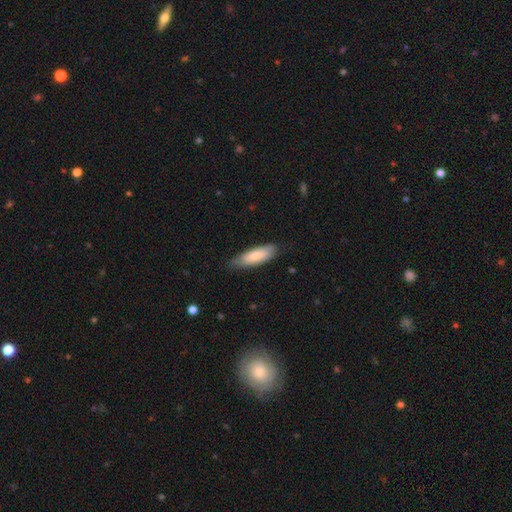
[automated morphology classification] Overall: smooth (79%). How rounded: in between (56%; cigar-shaped 42%). Merging: none (75%).